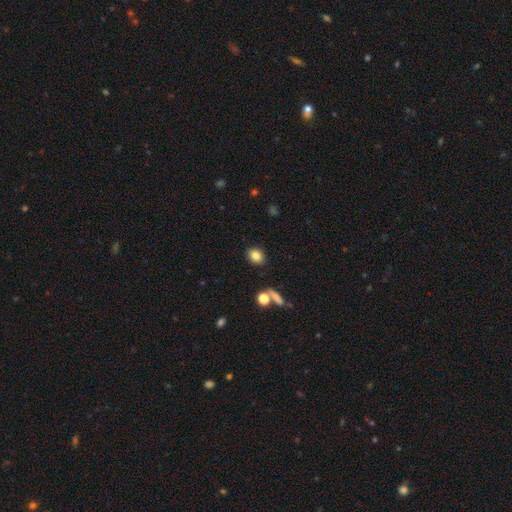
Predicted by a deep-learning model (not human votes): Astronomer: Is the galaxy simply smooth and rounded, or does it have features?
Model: smooth — 81%.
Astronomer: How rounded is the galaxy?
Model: in between — 52% (runner-up: round, 46%).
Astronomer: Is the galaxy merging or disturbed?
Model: none — 86%.